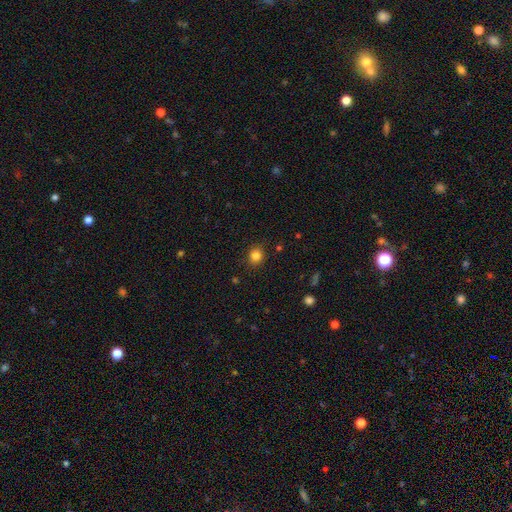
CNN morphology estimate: A smooth galaxy with no disk features (83%) that is round (81%).

Vote fractions:
- Smooth or featured? smooth: 83% / star or artifact: 13% / featured or disk: 5%
- How rounded? round: 81% / in between: 18% / cigar-shaped: 1%
- Merging? none: 88% / minor disturbance: 8% / major disturbance: 2% / merger: 1%